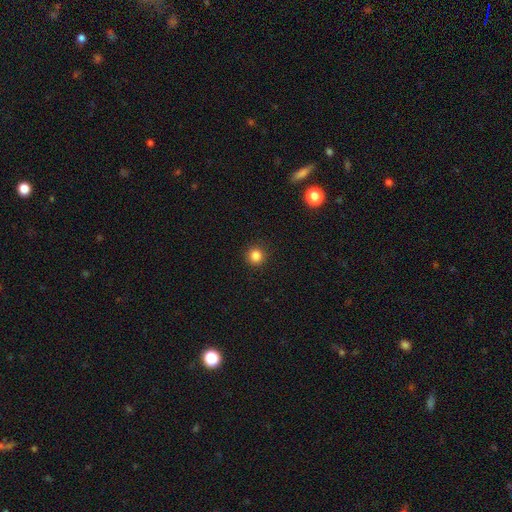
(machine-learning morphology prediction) A smooth galaxy with no disk features (84%) that is round (95%).

Vote fractions:
- Smooth or featured? smooth: 84% / star or artifact: 12% / featured or disk: 4%
- How rounded? round: 95% / in between: 4% / cigar-shaped: 1%
- Merging? none: 92% / minor disturbance: 5% / major disturbance: 2% / merger: 1%